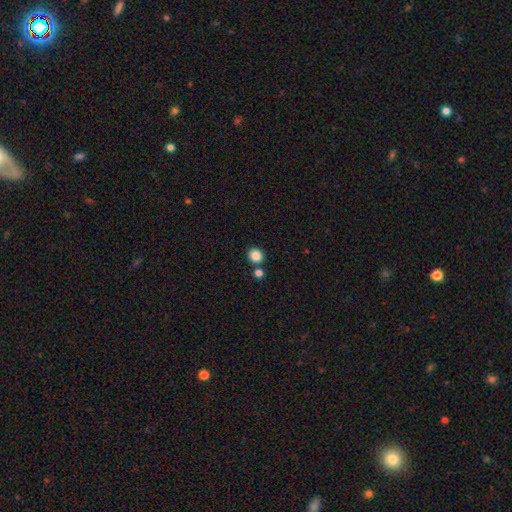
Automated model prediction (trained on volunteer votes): Q: Smooth or featured?
A: smooth (86%); runner-up: star or artifact (11%)
Q: How rounded?
A: round (88%); runner-up: in between (11%)
Q: Merging?
A: none (78%); runner-up: merger (12%)